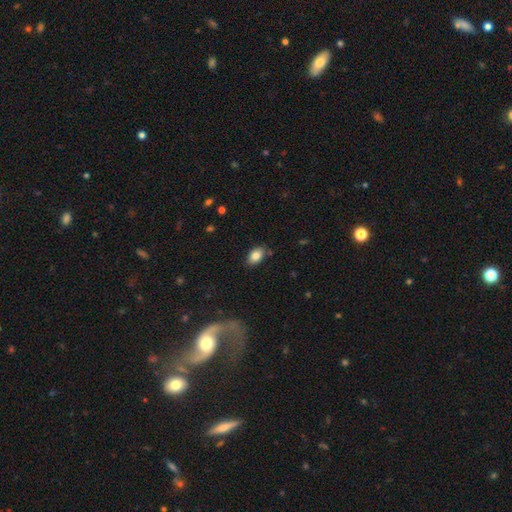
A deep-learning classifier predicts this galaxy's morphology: smooth 85%, star or artifact 8%, featured or disk 8%. Down the decision tree: how rounded — in between (89%); merging — none (82%).